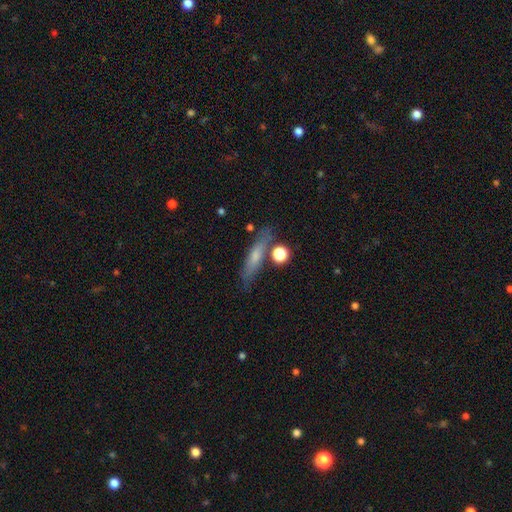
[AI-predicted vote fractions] Smooth or featured?
  - smooth: 55% *
  - featured or disk: 35%
  - star or artifact: 10%
How rounded?
  - cigar-shaped: 78% *
  - in between: 17%
  - round: 5%
Merging?
  - none: 74% *
  - minor disturbance: 14%
  - merger: 7%
  - major disturbance: 5%